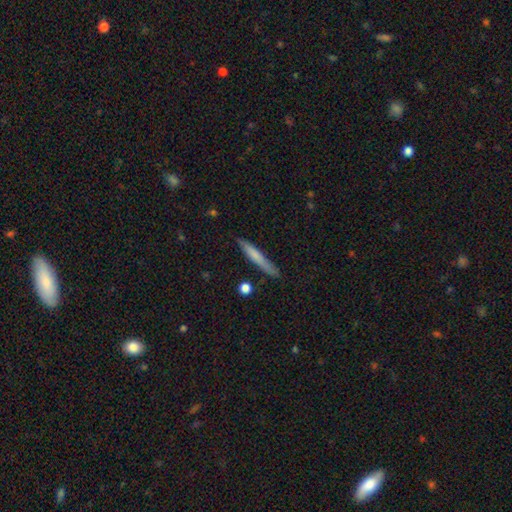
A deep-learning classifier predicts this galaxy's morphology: This is likely a smooth galaxy (65%). How rounded: clearly cigar-shaped (95%). Merging: clearly none (82%).